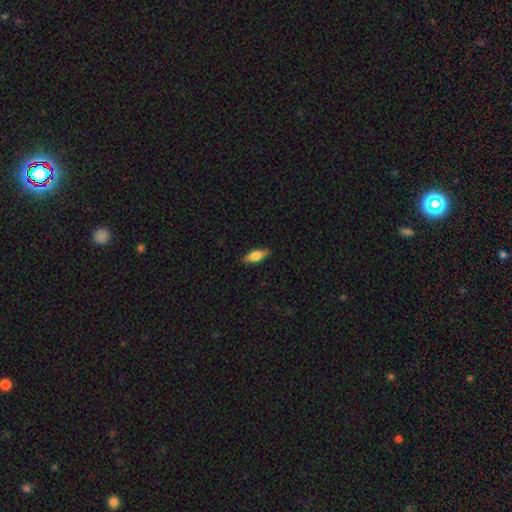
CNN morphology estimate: smooth 65%, featured or disk 28%, star or artifact 6%. Down the decision tree: how rounded — in between (74%); merging — none (86%).